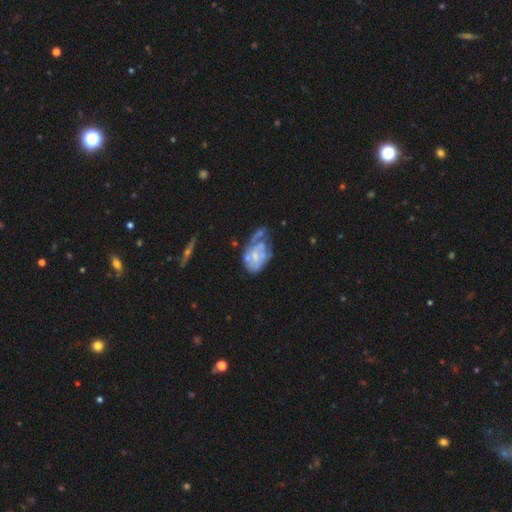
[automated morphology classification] Smooth or featured? Predicted: featured or disk (p=0.66). Edge-on disk? Predicted: no (p=0.97). Bar? Predicted: no (p=0.75). Spiral arms? Predicted: no (p=0.55). Bulge size? Predicted: small (p=0.39). Merging? Predicted: major disturbance (p=0.32).